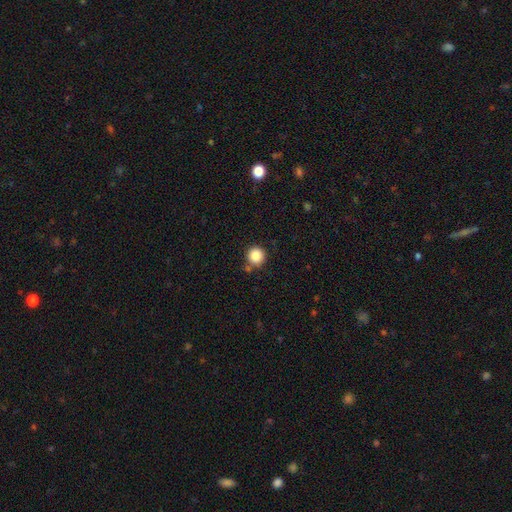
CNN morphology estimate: Q: Smooth or featured?
A: smooth (86%); runner-up: star or artifact (10%)
Q: How rounded?
A: round (95%); runner-up: in between (4%)
Q: Merging?
A: none (83%); runner-up: minor disturbance (9%)